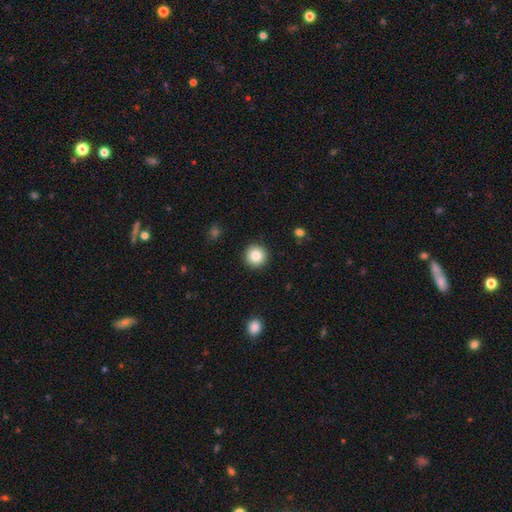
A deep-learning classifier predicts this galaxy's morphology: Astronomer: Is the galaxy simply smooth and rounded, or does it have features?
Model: smooth — 85%.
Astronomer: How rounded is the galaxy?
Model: round — 96%.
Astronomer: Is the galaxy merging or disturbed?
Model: none — 92%.